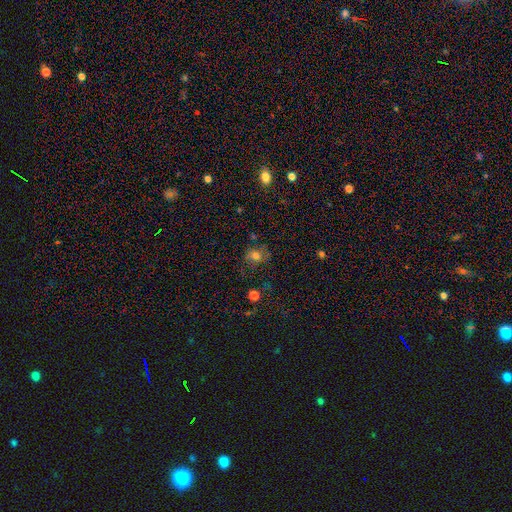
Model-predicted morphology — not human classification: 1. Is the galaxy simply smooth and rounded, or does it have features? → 66% smooth, 18% star or artifact, 16% featured or disk.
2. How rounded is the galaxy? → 70% round, 29% in between, 1% cigar-shaped.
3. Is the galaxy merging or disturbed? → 66% none, 20% minor disturbance, 10% major disturbance, 3% merger.